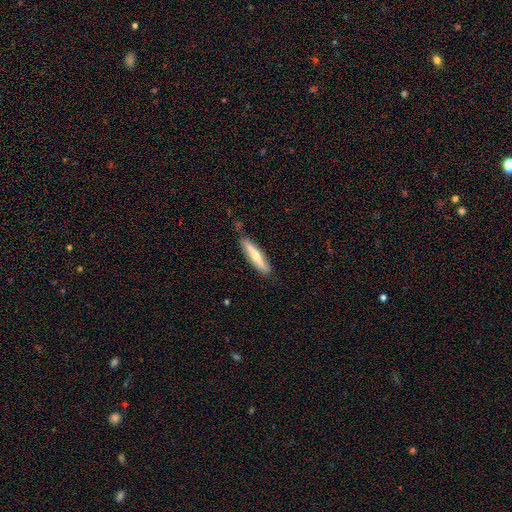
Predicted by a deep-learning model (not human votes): Smooth or featured? smooth (53%)
How rounded? cigar-shaped (83%)
Merging? none (82%)